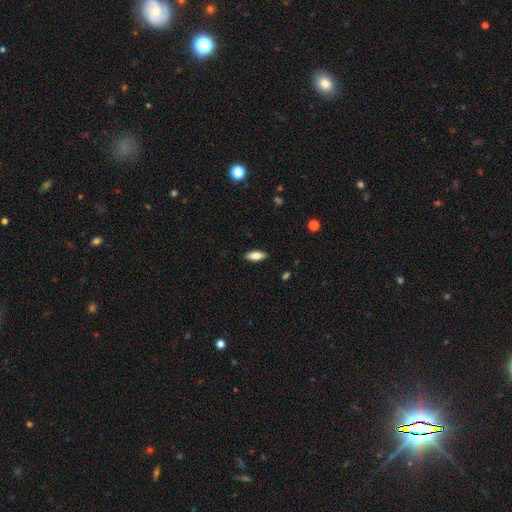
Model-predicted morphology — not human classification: Smooth or featured?
  - smooth: 75% *
  - featured or disk: 18%
  - star or artifact: 7%
How rounded?
  - in between: 69% *
  - cigar-shaped: 29%
  - round: 2%
Merging?
  - none: 89% *
  - minor disturbance: 9%
  - major disturbance: 2%
  - merger: 1%